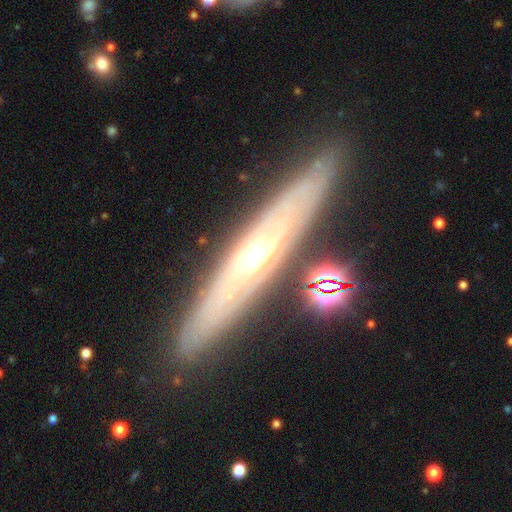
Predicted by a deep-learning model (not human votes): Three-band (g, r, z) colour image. It shows a featured or disk galaxy (75%) viewed edge-on (77%) with a rounded central bulge (79%). Merging: none (85%).